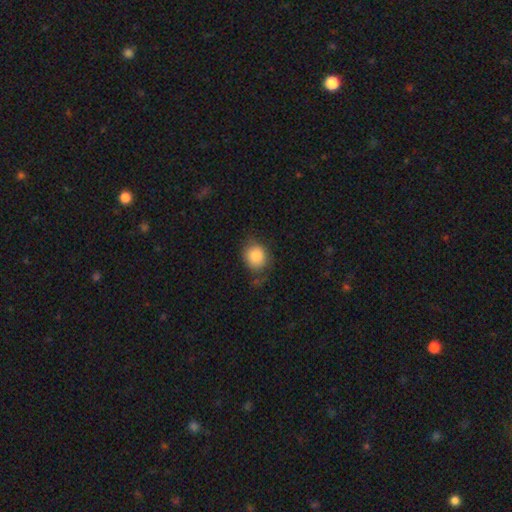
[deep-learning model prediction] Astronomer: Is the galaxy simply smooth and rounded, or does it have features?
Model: smooth — 85%.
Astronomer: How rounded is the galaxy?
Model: round — 69%.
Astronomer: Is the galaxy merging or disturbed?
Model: none — 61%.